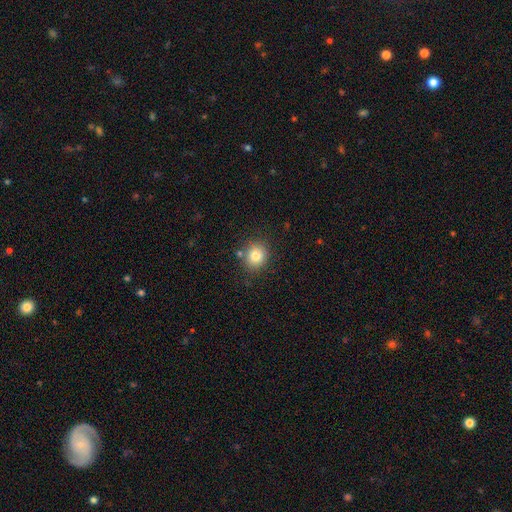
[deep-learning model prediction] Morphology: type=smooth (81%); roundness=round (77%); merging=none (81%).